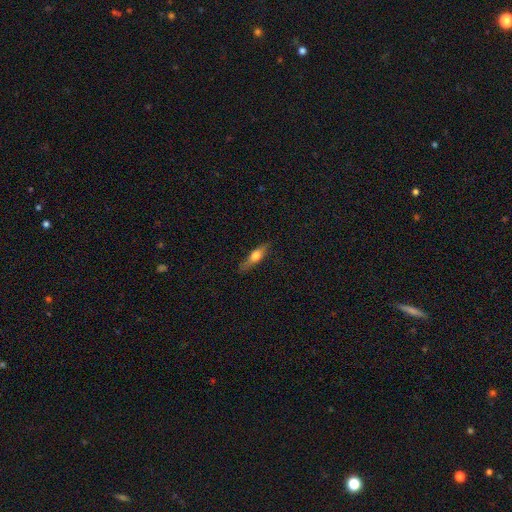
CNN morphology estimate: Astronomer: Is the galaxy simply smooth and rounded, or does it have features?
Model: smooth — 53% (runner-up: featured or disk, 40%).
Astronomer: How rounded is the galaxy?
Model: cigar-shaped — 66%.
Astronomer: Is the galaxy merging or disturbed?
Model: none — 81%.